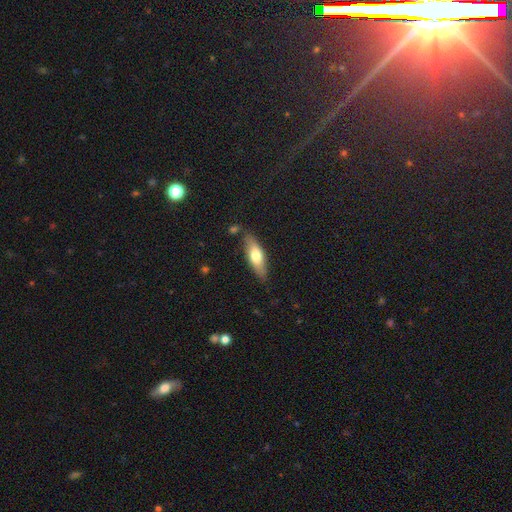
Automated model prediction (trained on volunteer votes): A smooth galaxy with no disk features (64%) that is in between round and cigar-shaped (54%).

Vote fractions:
- Smooth or featured? smooth: 64% / featured or disk: 30% / star or artifact: 6%
- How rounded? in between: 54% / cigar-shaped: 43% / round: 2%
- Merging? none: 79% / minor disturbance: 14% / merger: 4% / major disturbance: 3%